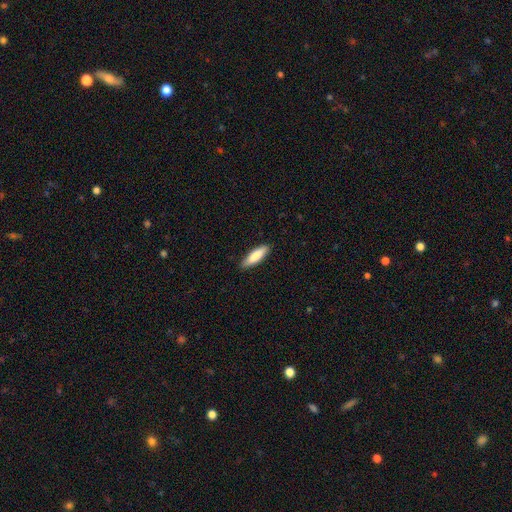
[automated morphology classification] The model was most divided on "how rounded": cigar-shaped: 57%, in between: 42%, round: 1%. More confident: merging — none (87%); smooth or featured — smooth (84%).